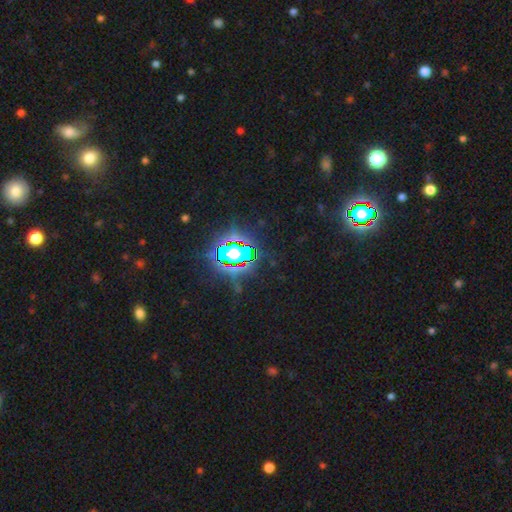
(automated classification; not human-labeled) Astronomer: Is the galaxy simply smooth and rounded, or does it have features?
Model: star or artifact — 80%.